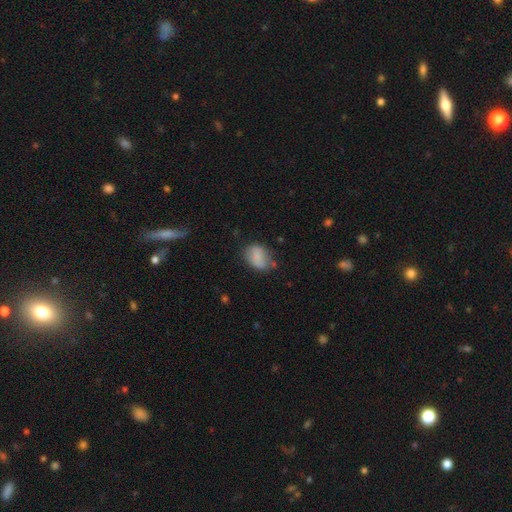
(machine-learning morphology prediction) Smooth or featured?
  - smooth: 76% *
  - featured or disk: 15%
  - star or artifact: 9%
How rounded?
  - in between: 76% *
  - round: 23%
  - cigar-shaped: 2%
Merging?
  - none: 59% *
  - minor disturbance: 28%
  - major disturbance: 9%
  - merger: 5%